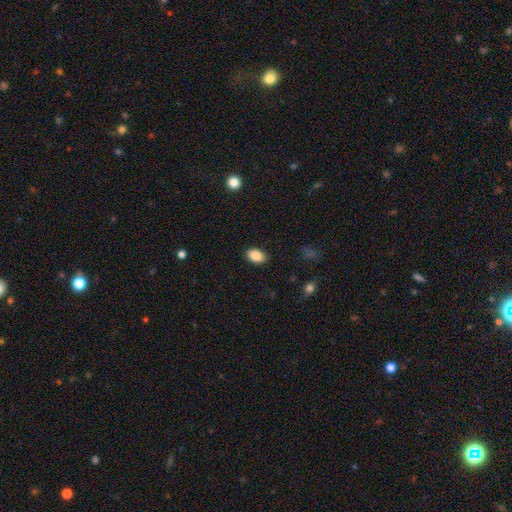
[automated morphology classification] type=smooth (87%); roundness=in between (90%); merging=none (89%).